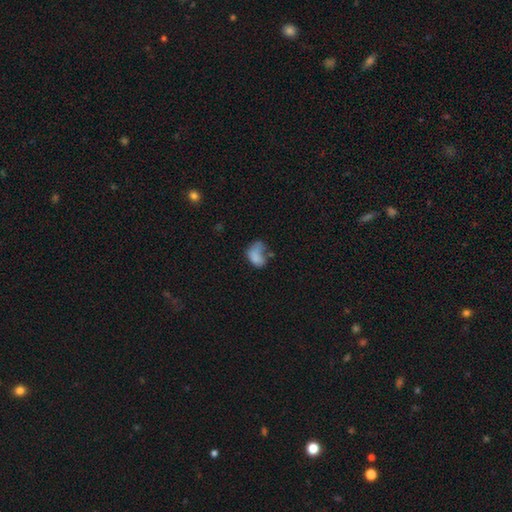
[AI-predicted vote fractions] Smooth or featured? smooth (69%)
How rounded? in between (83%)
Merging? major disturbance (40%)